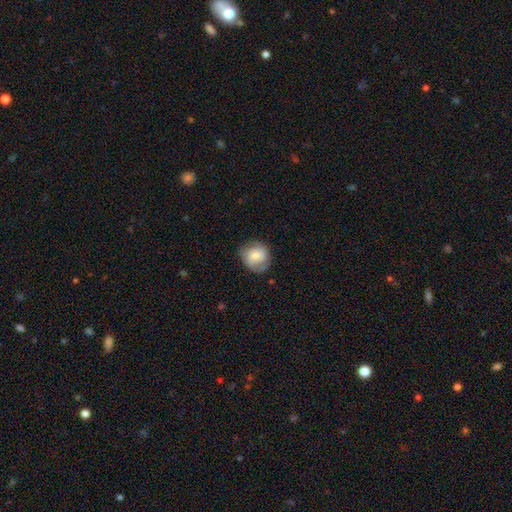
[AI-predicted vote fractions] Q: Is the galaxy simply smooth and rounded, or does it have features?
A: smooth — 61%.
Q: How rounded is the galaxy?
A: round — 76%.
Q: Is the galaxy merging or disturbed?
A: none — 69%.